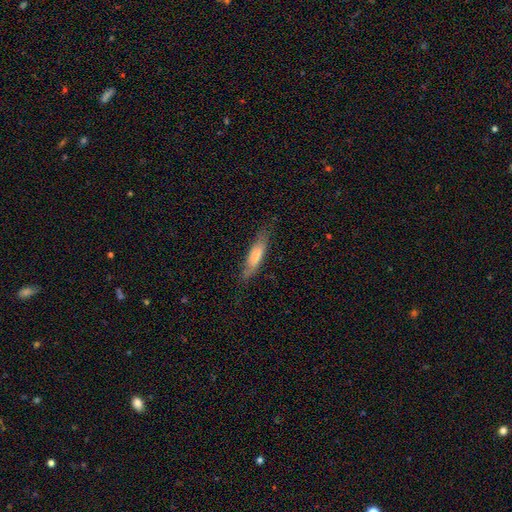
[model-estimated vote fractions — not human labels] Smooth or featured? Predicted: smooth (p=0.72). How rounded? Predicted: cigar-shaped (p=0.74). Merging? Predicted: none (p=0.75).